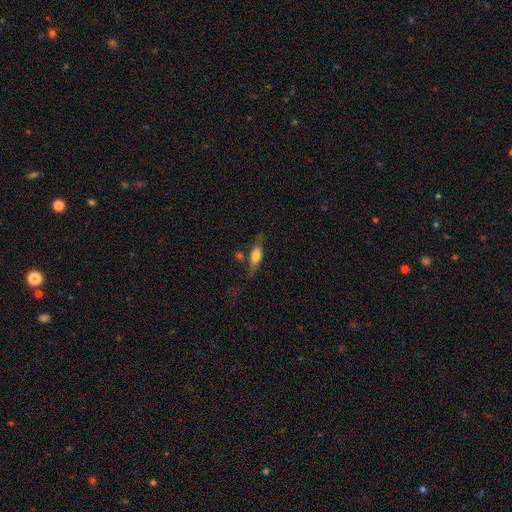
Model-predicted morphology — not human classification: This appears to be a featured or disk galaxy (47%). Merging: none (59%).